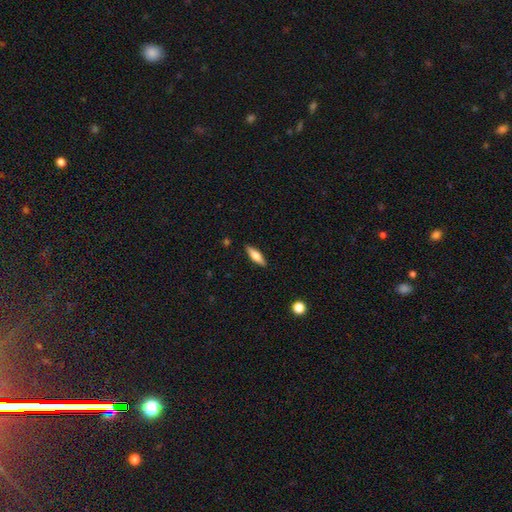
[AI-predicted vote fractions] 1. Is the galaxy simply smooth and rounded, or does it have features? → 59% smooth, 35% featured or disk, 6% star or artifact.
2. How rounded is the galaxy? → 54% cigar-shaped, 44% in between, 2% round.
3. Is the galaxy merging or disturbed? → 89% none, 8% minor disturbance, 2% major disturbance, 1% merger.